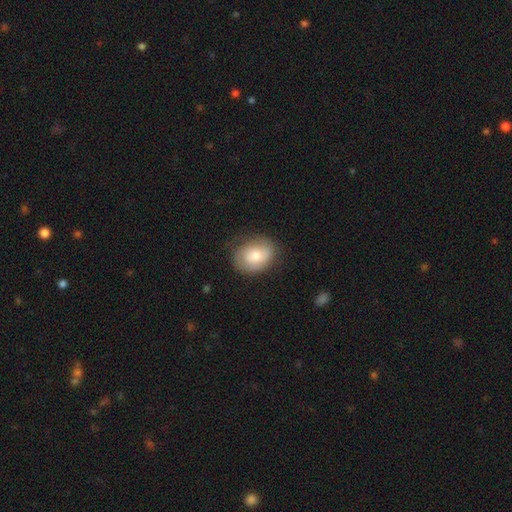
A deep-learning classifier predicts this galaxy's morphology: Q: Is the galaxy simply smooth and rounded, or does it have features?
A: smooth — 64%.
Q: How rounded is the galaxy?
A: in between — 56%.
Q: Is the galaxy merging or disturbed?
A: none — 72%.